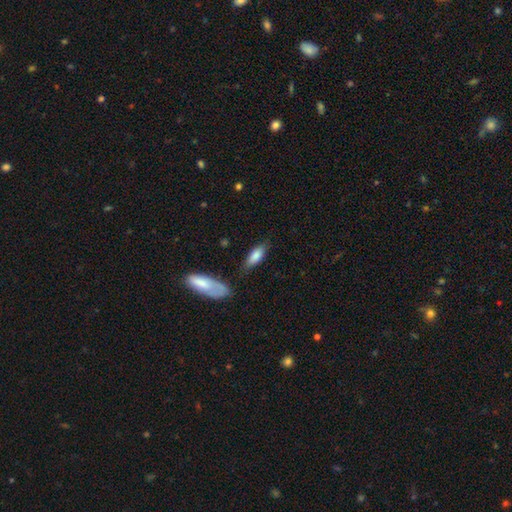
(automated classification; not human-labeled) Overall: smooth (80%). How rounded: in between (71%). Merging: none (70%).